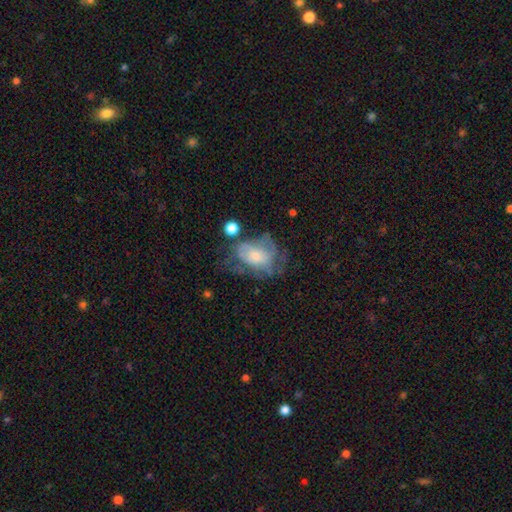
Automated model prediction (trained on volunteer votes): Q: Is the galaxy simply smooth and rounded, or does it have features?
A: featured or disk — 51%.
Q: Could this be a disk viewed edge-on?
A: no — 96%.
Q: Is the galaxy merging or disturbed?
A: major disturbance — 35%.